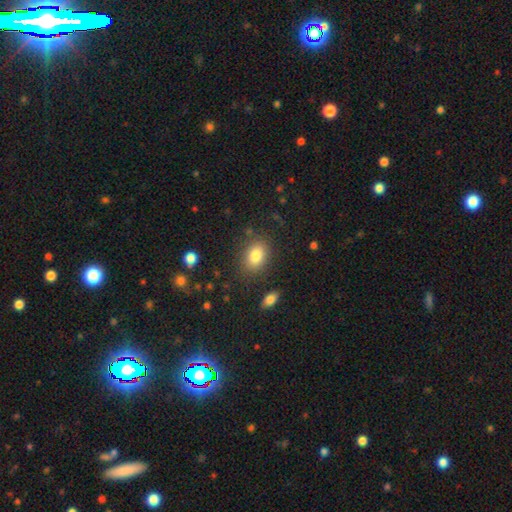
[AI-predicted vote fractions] This appears to be a smooth galaxy with no disk features (83%) that is in between round and cigar-shaped (74%). Merging: none (82%).